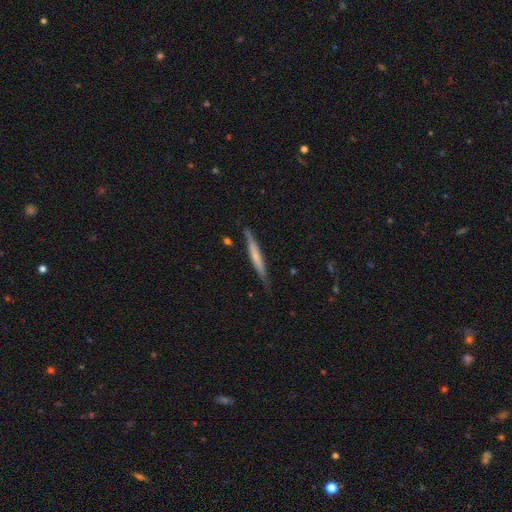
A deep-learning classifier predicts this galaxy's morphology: Smooth or featured? smooth (49%)
Merging? none (80%)